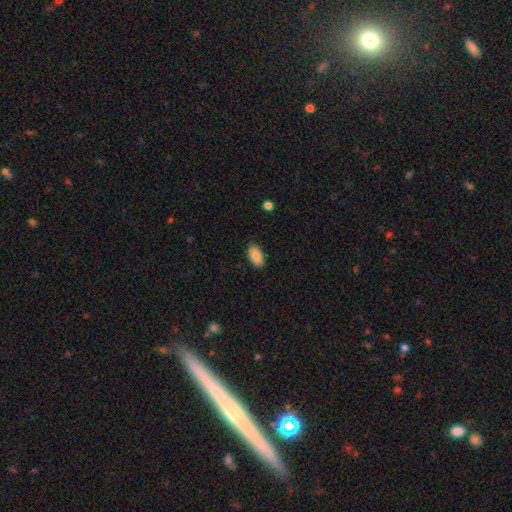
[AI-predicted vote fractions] smooth_or_featured: smooth (p=0.88) [alt: star or artifact p=0.07]
how_rounded: in between (p=0.95) [alt: round p=0.03]
merging: none (p=0.86) [alt: minor disturbance p=0.11]